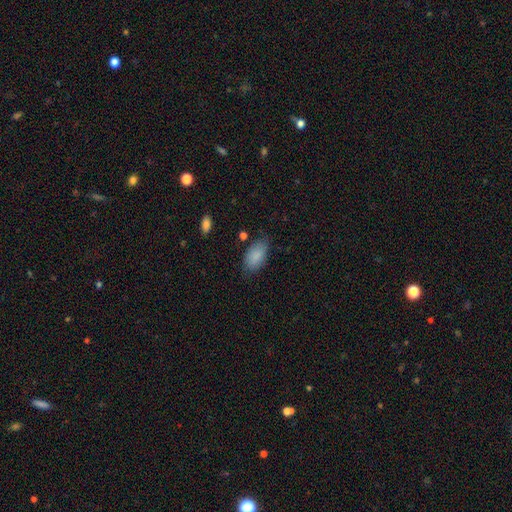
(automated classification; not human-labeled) Smooth or featured? smooth (87%)
How rounded? in between (93%)
Merging? none (74%)